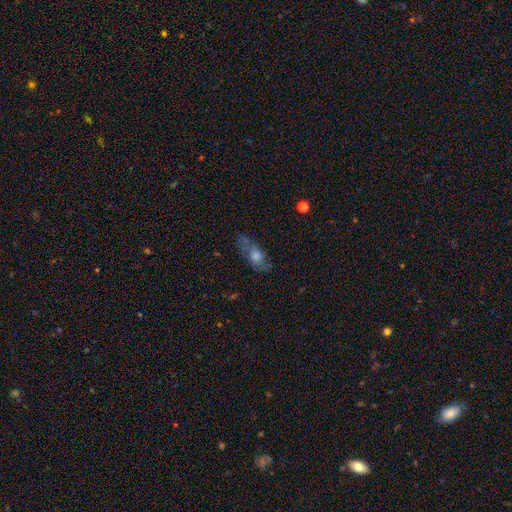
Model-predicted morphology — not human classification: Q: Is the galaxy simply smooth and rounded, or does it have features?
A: smooth — 46%.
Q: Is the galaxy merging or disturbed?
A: none — 66%.